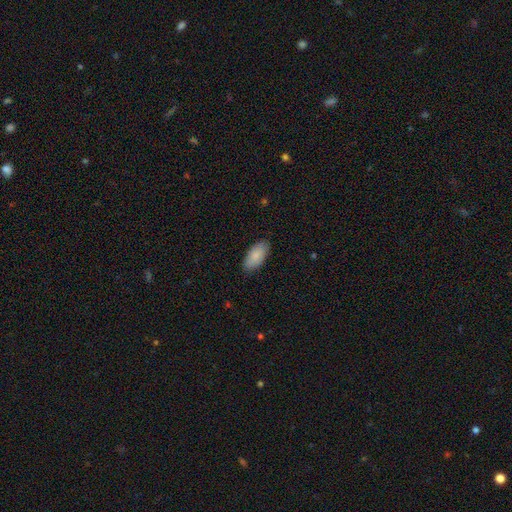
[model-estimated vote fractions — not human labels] smooth_or_featured: smooth (p=0.88) [alt: featured or disk p=0.07]
how_rounded: in between (p=0.93) [alt: cigar-shaped p=0.05]
merging: none (p=0.86) [alt: minor disturbance p=0.11]